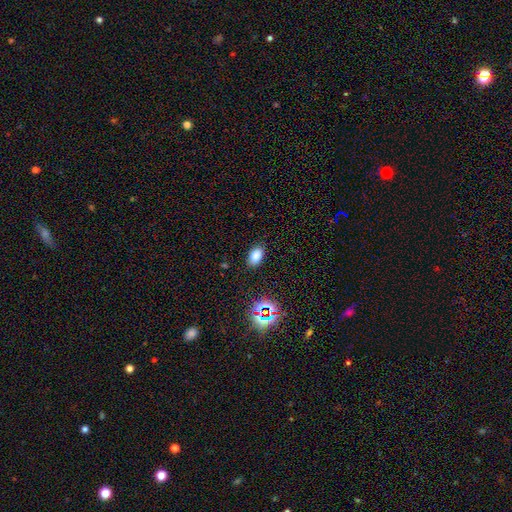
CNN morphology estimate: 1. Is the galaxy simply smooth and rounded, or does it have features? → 78% smooth, 15% star or artifact, 7% featured or disk.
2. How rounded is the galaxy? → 90% in between, 8% round, 2% cigar-shaped.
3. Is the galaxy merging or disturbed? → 85% none, 10% minor disturbance, 3% major disturbance, 1% merger.